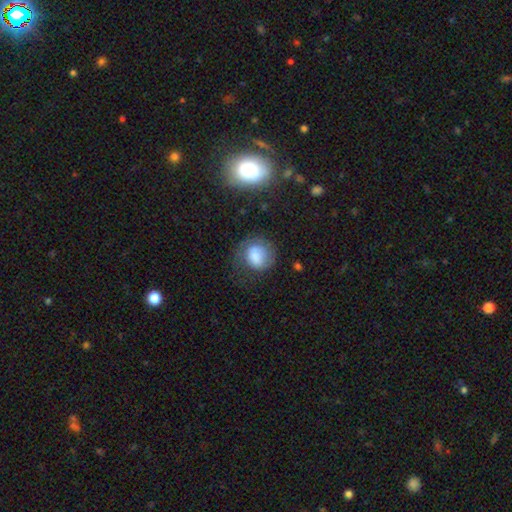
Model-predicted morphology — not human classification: type=smooth (68%); roundness=round (73%); merging=none (50%).